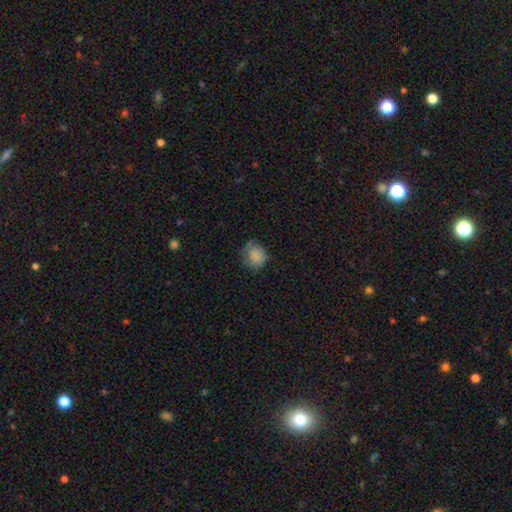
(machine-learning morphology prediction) type=smooth (82%); roundness=round (77%); merging=none (57%).